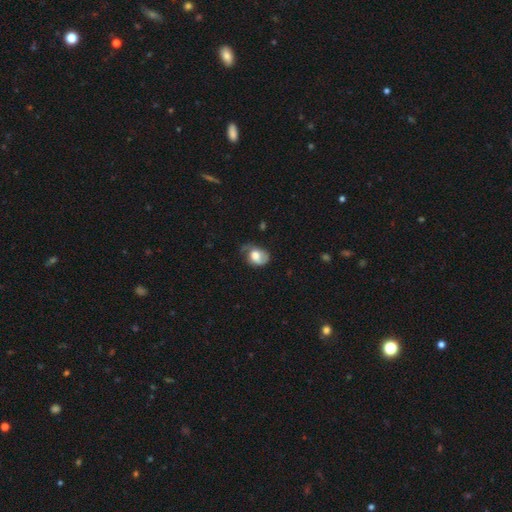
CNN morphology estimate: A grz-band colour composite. It shows a smooth galaxy with no disk features (60%) that is in between round and cigar-shaped (67%). Merging: minor disturbance (37%).